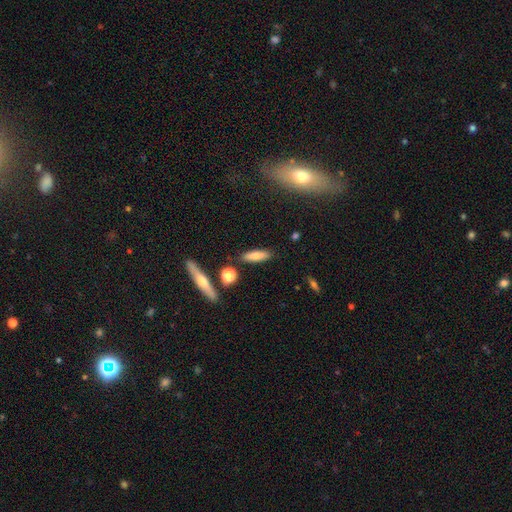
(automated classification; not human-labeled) Smooth or featured? smooth (76%)
How rounded? cigar-shaped (61%)
Merging? none (85%)